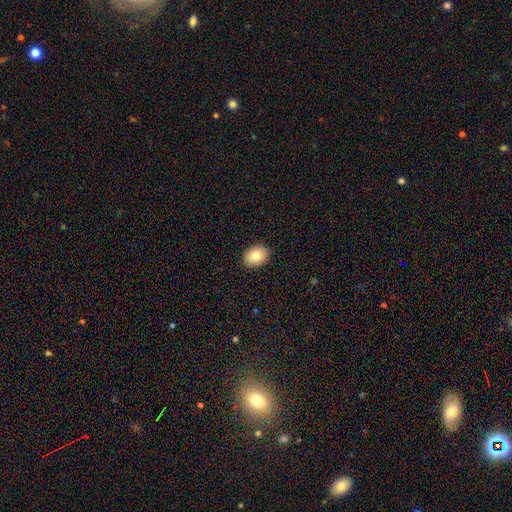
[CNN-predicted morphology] smooth_or_featured: smooth (p=0.80) [alt: featured or disk p=0.12]
how_rounded: in between (p=0.61) [alt: round p=0.38]
merging: none (p=0.91) [alt: minor disturbance p=0.07]